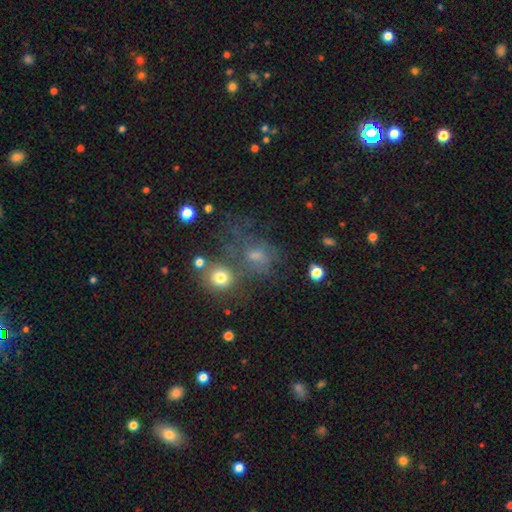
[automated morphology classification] smooth-or-featured: smooth: 45% | star or artifact: 37% | featured or disk: 18%
  merging: none: 52% | merger: 22% | minor disturbance: 14% | major disturbance: 12%